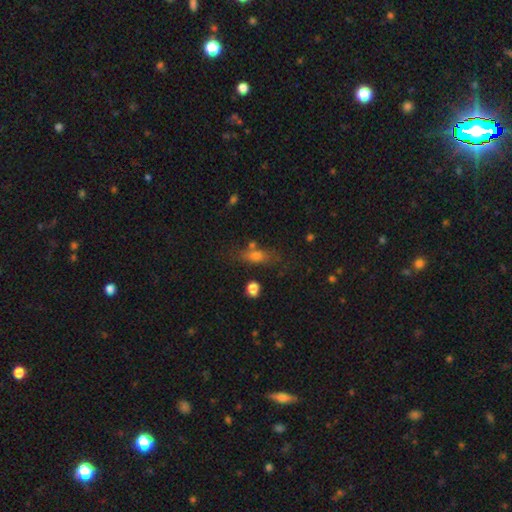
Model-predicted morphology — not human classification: smooth-or-featured: smooth: 65% | featured or disk: 20% | star or artifact: 15%
  how-rounded: in between: 59% | cigar-shaped: 32% | round: 10%
  merging: none: 65% | minor disturbance: 17% | merger: 10% | major disturbance: 7%